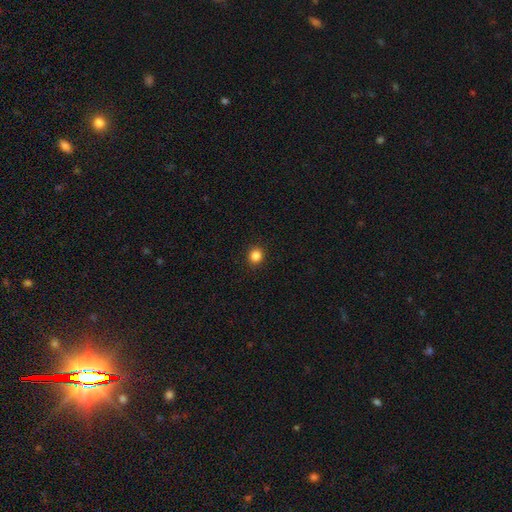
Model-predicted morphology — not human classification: Smooth or featured?
  - smooth: 85% *
  - star or artifact: 12%
  - featured or disk: 3%
How rounded?
  - round: 89% *
  - in between: 10%
  - cigar-shaped: 1%
Merging?
  - none: 93% *
  - minor disturbance: 5%
  - major disturbance: 2%
  - merger: 1%